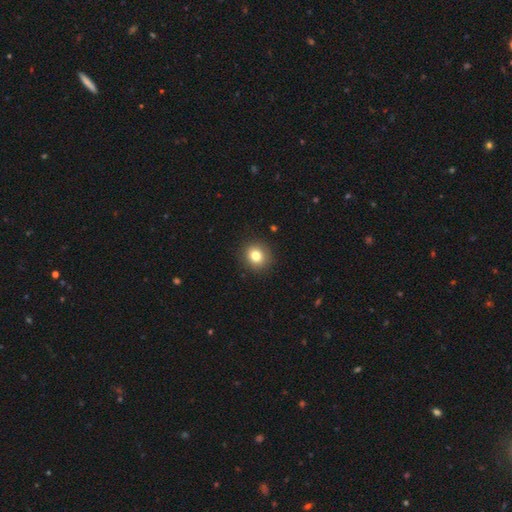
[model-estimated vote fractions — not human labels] Smooth or featured? smooth (81%)
How rounded? round (81%)
Merging? none (91%)